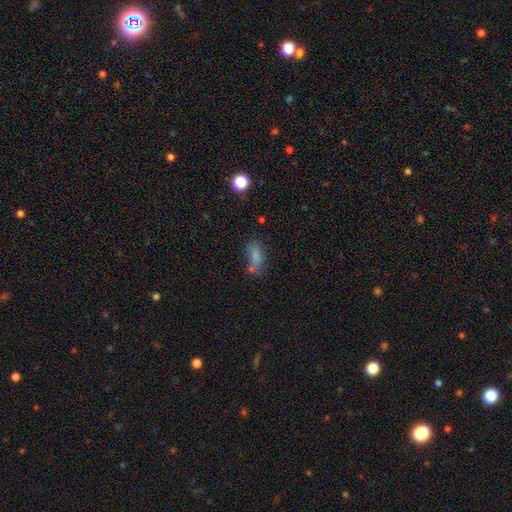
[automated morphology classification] The model was most divided on "merging": none: 45%, minor disturbance: 21%, merger: 21%, major disturbance: 13%. More confident: how rounded — in between (85%); smooth or featured — smooth (75%).